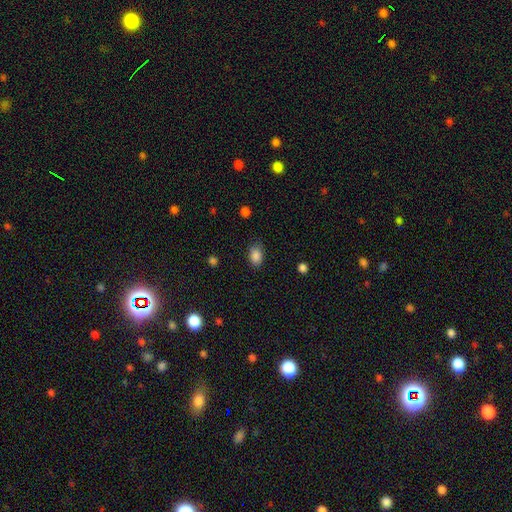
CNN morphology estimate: This appears to be a smooth galaxy with no disk features (87%) that is in between round and cigar-shaped (81%). Merging: none (81%).